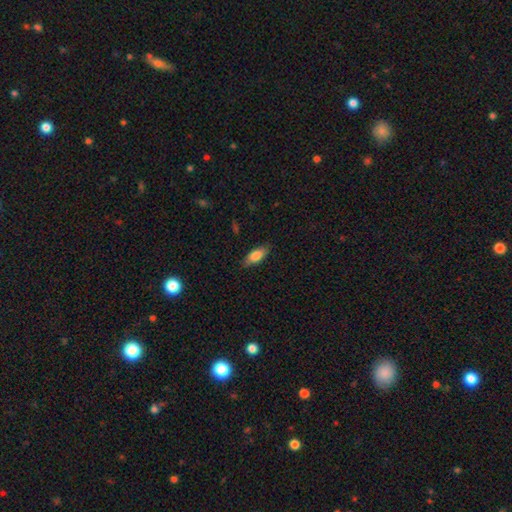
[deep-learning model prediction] Overall: smooth (79%). How rounded: in between (81%). Merging: none (83%).